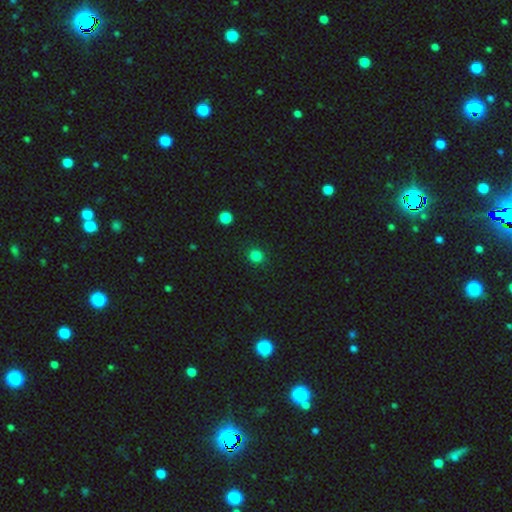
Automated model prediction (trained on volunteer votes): Overall: smooth (83%). How rounded: round (89%). Merging: none (90%).